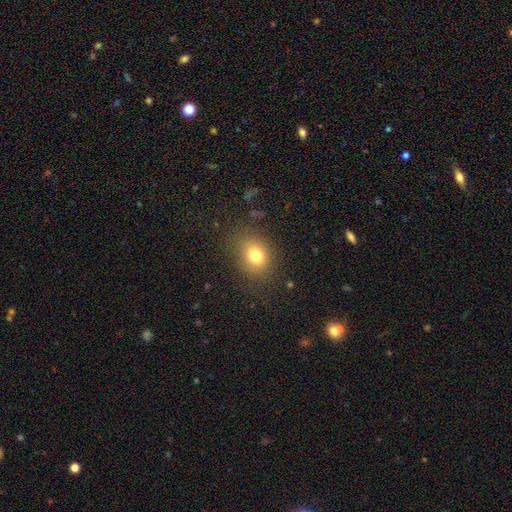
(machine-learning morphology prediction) Q: Smooth or featured?
A: smooth (77%); runner-up: star or artifact (14%)
Q: How rounded?
A: round (58%); runner-up: in between (41%)
Q: Merging?
A: none (82%); runner-up: minor disturbance (11%)